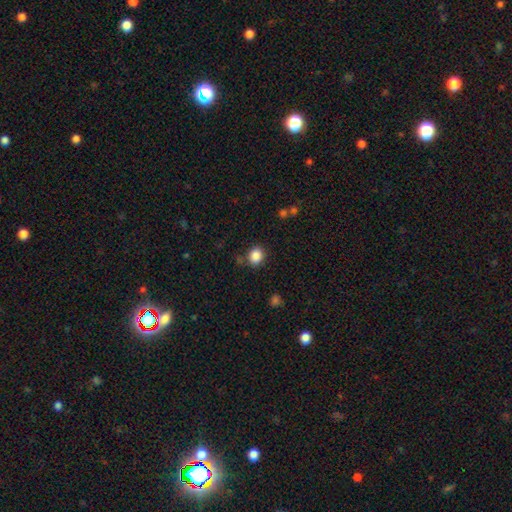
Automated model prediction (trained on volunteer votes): A smooth galaxy with no disk features (87%) that is round (63%).

Vote fractions:
- Smooth or featured? smooth: 87% / star or artifact: 10% / featured or disk: 4%
- How rounded? round: 63% / in between: 36% / cigar-shaped: 1%
- Merging? none: 81% / minor disturbance: 11% / merger: 4% / major disturbance: 4%